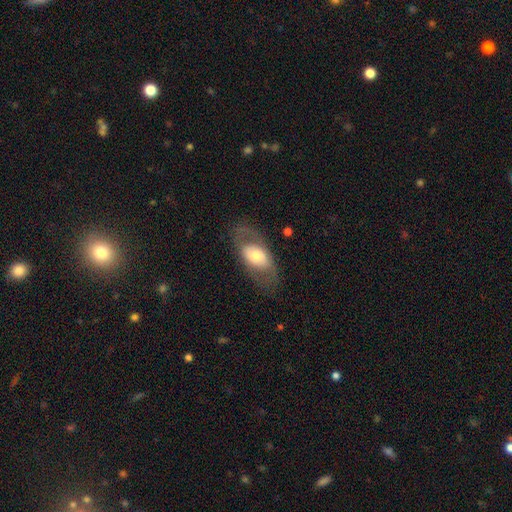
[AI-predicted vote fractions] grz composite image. It shows a smooth galaxy with no disk features (47%). Merging: none (72%).